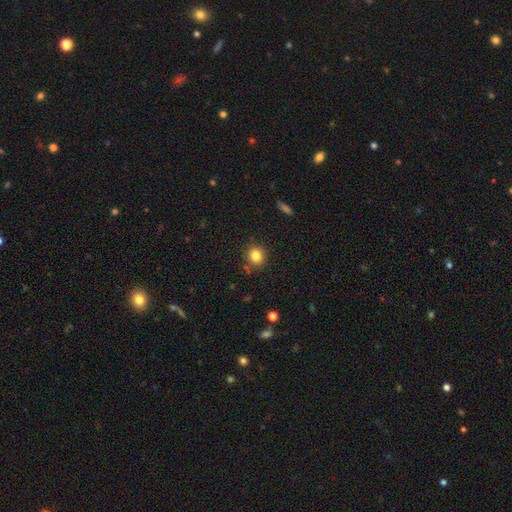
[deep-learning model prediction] Smooth or featured?
  - smooth: 81% *
  - star or artifact: 12%
  - featured or disk: 7%
How rounded?
  - round: 84% *
  - in between: 15%
  - cigar-shaped: 1%
Merging?
  - none: 84% *
  - minor disturbance: 10%
  - merger: 3%
  - major disturbance: 3%